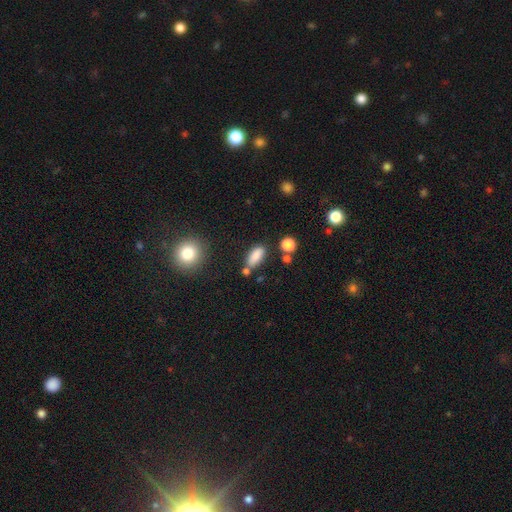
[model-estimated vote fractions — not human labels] Morphology: type=smooth (84%); roundness=in between (84%); merging=none (70%).